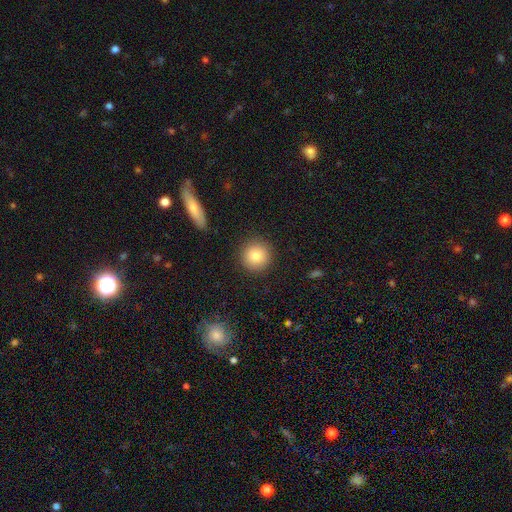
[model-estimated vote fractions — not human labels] Smooth or featured?
  - smooth: 81% *
  - star or artifact: 10%
  - featured or disk: 9%
How rounded?
  - round: 94% *
  - in between: 5%
  - cigar-shaped: 1%
Merging?
  - none: 90% *
  - minor disturbance: 7%
  - major disturbance: 2%
  - merger: 1%